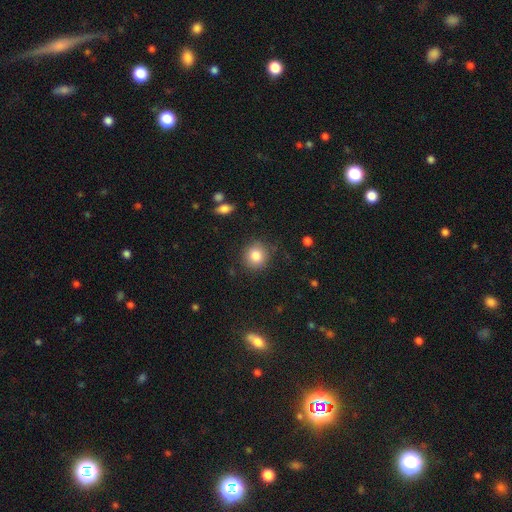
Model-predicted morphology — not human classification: A smooth galaxy with no disk features (83%) that is round (87%).

Vote fractions:
- Smooth or featured? smooth: 83% / star or artifact: 10% / featured or disk: 7%
- How rounded? round: 87% / in between: 12% / cigar-shaped: 1%
- Merging? none: 86% / minor disturbance: 10% / major disturbance: 3% / merger: 2%